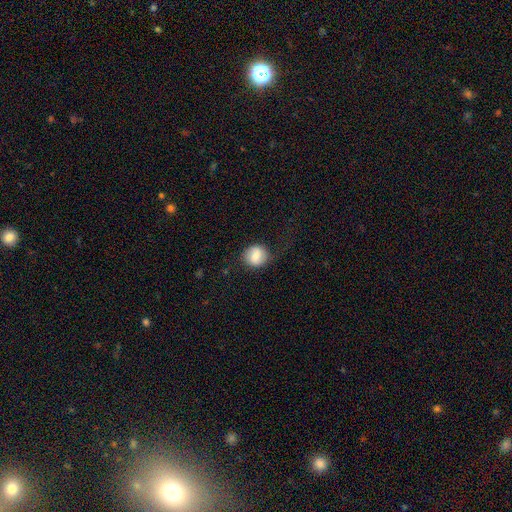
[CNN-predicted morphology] smooth 78%, featured or disk 15%, star or artifact 8%. Down the decision tree: how rounded — round (80%); merging — none (68%).